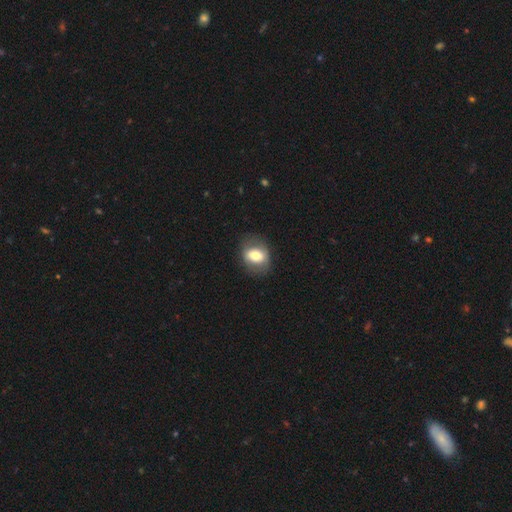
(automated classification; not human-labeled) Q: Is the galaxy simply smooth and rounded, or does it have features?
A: smooth — 62%.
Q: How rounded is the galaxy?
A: in between — 62%.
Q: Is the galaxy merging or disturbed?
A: none — 78%.